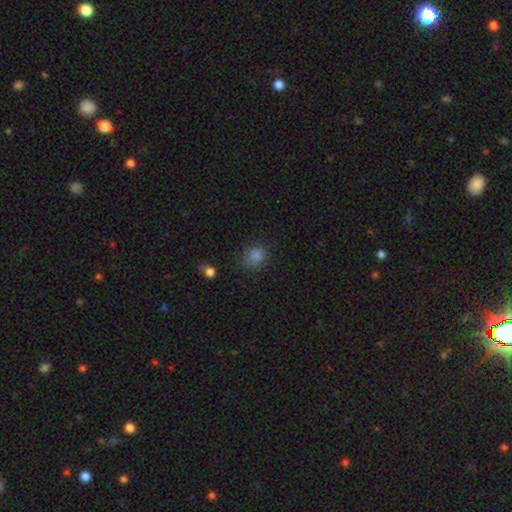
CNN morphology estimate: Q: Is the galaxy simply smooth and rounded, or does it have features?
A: smooth — 79%.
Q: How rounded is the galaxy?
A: round — 71%.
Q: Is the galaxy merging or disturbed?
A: none — 81%.